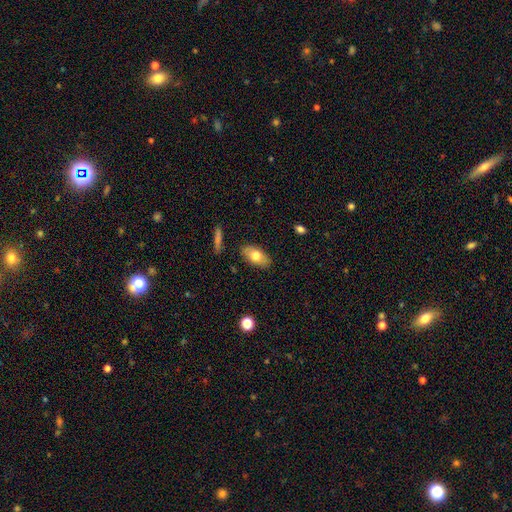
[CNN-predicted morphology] smooth-or-featured: smooth: 72% | featured or disk: 21% | star or artifact: 7%
  how-rounded: in between: 90% | round: 5% | cigar-shaped: 5%
  merging: none: 85% | minor disturbance: 11% | major disturbance: 2% | merger: 2%